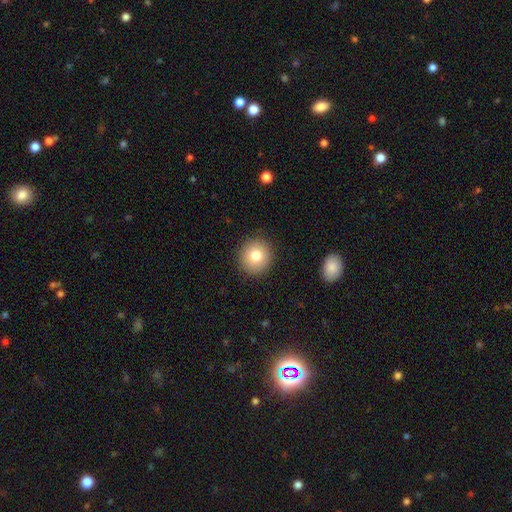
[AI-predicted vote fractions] smooth_or_featured: smooth (p=0.79) [alt: featured or disk p=0.11]
how_rounded: round (p=0.93) [alt: in between p=0.06]
merging: none (p=0.91) [alt: minor disturbance p=0.06]